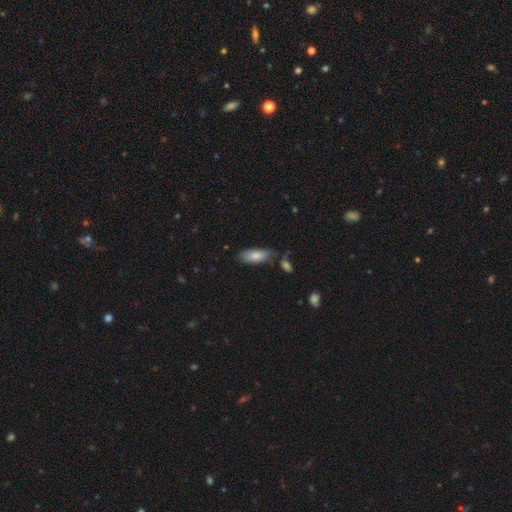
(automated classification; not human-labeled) Smooth or featured? smooth (80%)
How rounded? in between (80%)
Merging? none (67%)